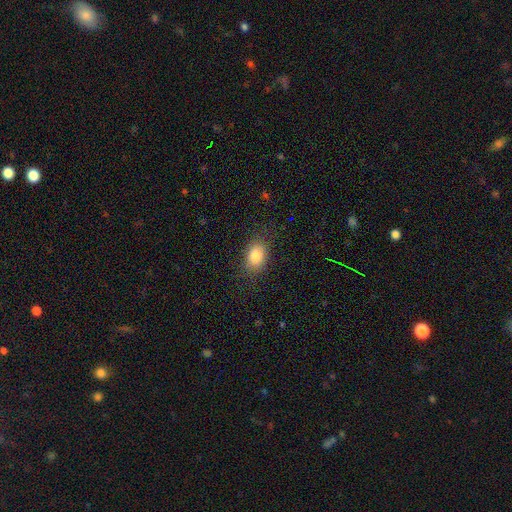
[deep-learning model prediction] smooth-or-featured: smooth: 84% | star or artifact: 9% | featured or disk: 7%
  how-rounded: in between: 76% | round: 22% | cigar-shaped: 1%
  merging: none: 82% | minor disturbance: 13% | major disturbance: 4% | merger: 1%